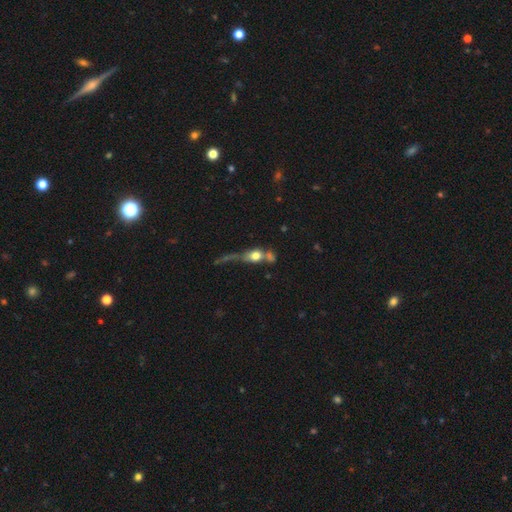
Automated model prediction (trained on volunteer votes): Smooth or featured? smooth (63%)
How rounded? in between (47%)
Merging? merger (47%)